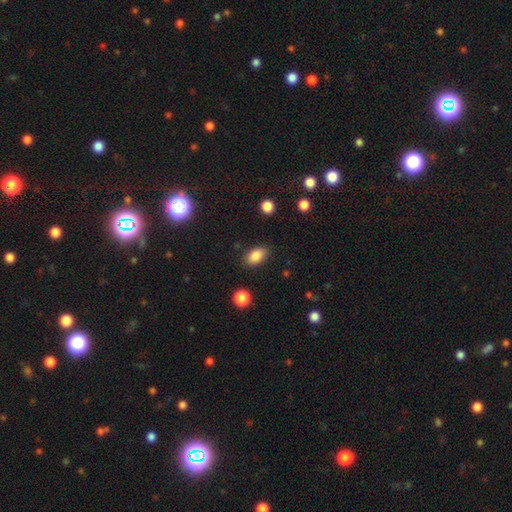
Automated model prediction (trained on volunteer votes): The model was most divided on "merging": none: 85%, minor disturbance: 11%, major disturbance: 3%, merger: 2%. More confident: how rounded — in between (88%); smooth or featured — smooth (85%).